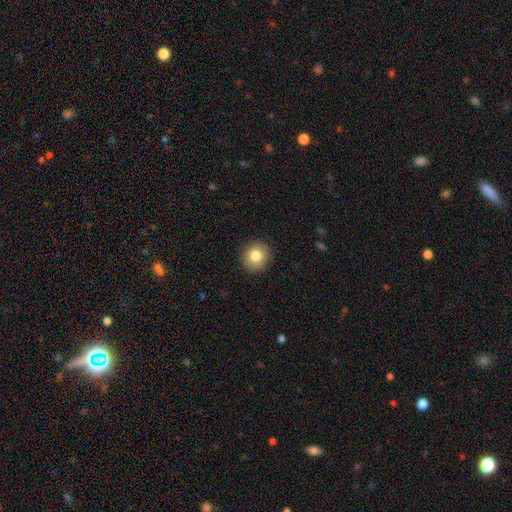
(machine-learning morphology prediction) This is clearly a smooth galaxy (82%). How rounded: clearly round (89%). Merging: clearly none (92%).